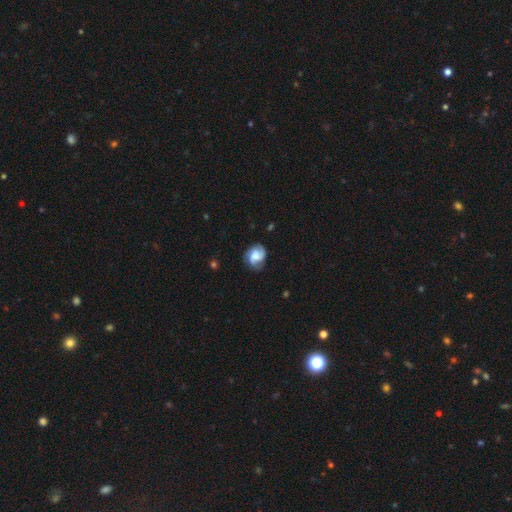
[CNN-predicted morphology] smooth_or_featured: featured or disk (p=0.57) [alt: smooth p=0.35]
disk_edge_on: no (p=0.98) [alt: yes p=0.02]
bar: no (p=0.60) [alt: weak p=0.33]
has_spiral_arms: yes (p=0.90) [alt: no p=0.10]
spiral_winding: medium (p=0.43) [alt: tight p=0.35]
spiral_arm_count: 2 (p=0.49) [alt: 3 p=0.24]
bulge_size: moderate (p=0.33) [alt: large p=0.31]
merging: none (p=0.66) [alt: minor disturbance p=0.23]